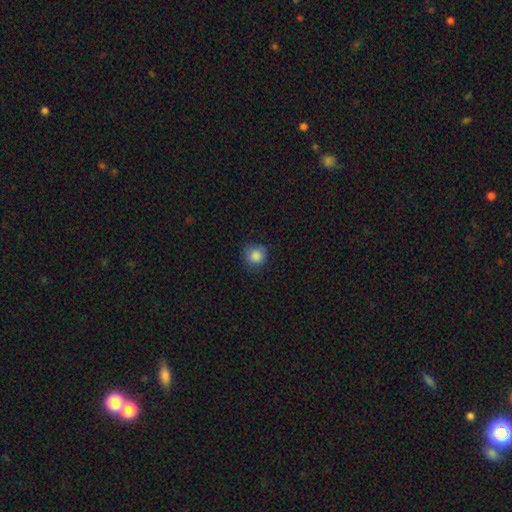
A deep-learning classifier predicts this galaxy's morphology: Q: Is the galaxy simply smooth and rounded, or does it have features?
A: smooth — 86%.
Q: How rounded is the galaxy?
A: round — 91%.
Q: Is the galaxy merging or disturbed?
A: none — 81%.